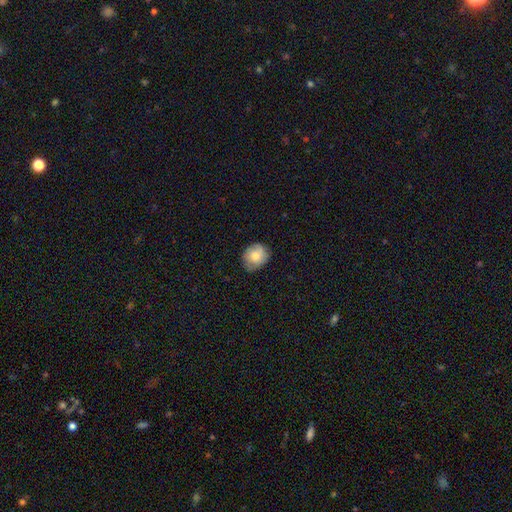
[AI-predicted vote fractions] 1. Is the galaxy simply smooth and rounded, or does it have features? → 71% smooth, 22% featured or disk, 8% star or artifact.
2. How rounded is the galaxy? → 64% round, 35% in between, 1% cigar-shaped.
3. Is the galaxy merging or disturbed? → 75% none, 20% minor disturbance, 4% major disturbance, 1% merger.